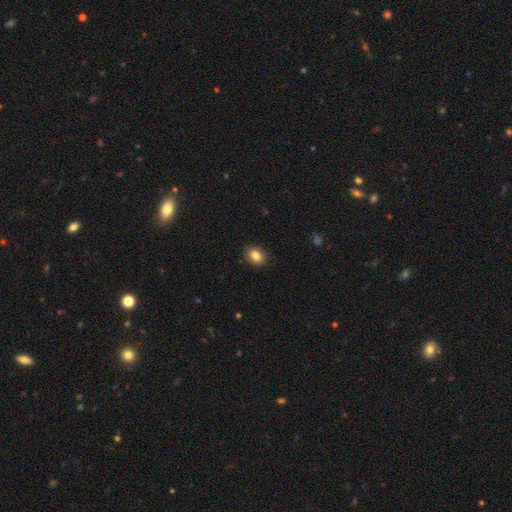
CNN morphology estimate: smooth_or_featured: smooth (p=0.84) [alt: star or artifact p=0.09]
how_rounded: round (p=0.51) [alt: in between p=0.48]
merging: none (p=0.90) [alt: minor disturbance p=0.08]